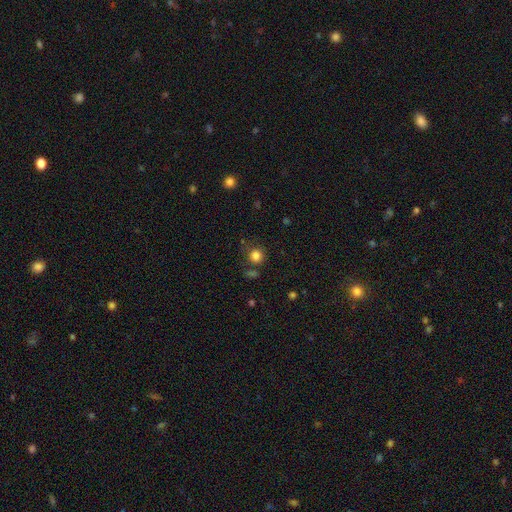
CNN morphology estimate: A smooth galaxy with no disk features (82%) that is round (89%).

Vote fractions:
- Smooth or featured? smooth: 82% / star or artifact: 13% / featured or disk: 5%
- How rounded? round: 89% / in between: 10% / cigar-shaped: 1%
- Merging? none: 74% / minor disturbance: 14% / merger: 7% / major disturbance: 6%